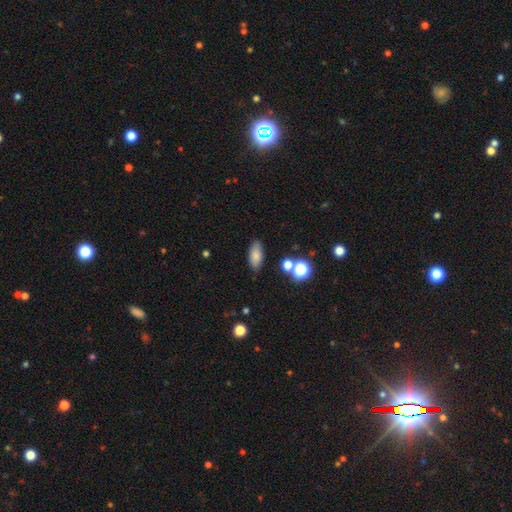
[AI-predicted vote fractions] This is likely a smooth galaxy (79%). How rounded: likely in between (79%). Merging: likely none (80%).